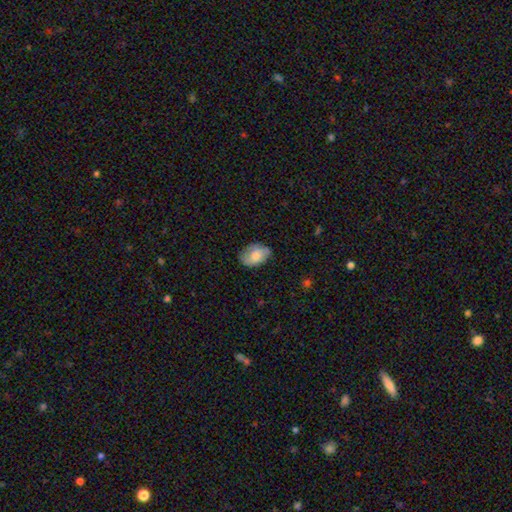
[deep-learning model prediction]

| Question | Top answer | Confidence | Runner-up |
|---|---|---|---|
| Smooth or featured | smooth | 72% | featured or disk (21%) |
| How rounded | in between | 84% | round (15%) |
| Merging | none | 69% | minor disturbance (25%) |